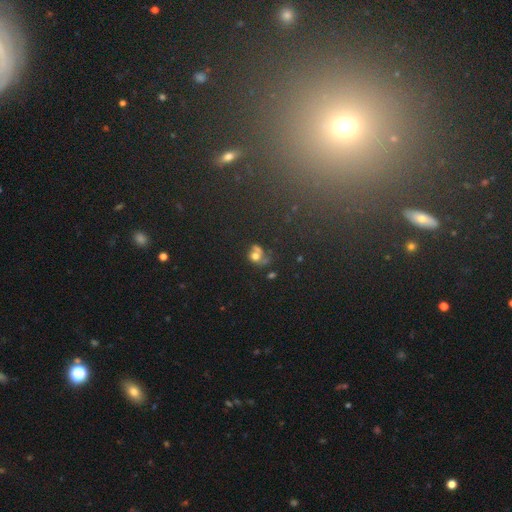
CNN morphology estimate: smooth-or-featured: smooth: 57% | featured or disk: 25% | star or artifact: 18%
  how-rounded: round: 63% | in between: 35% | cigar-shaped: 2%
  merging: merger: 36% | none: 29% | major disturbance: 19% | minor disturbance: 16%